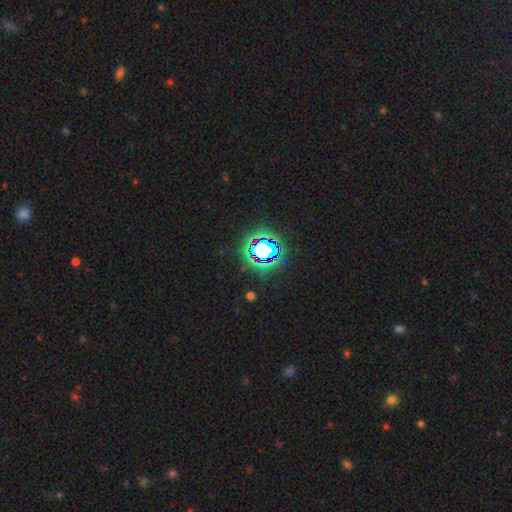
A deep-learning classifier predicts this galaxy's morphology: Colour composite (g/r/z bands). It shows a star or artifact, not a galaxy (78%).